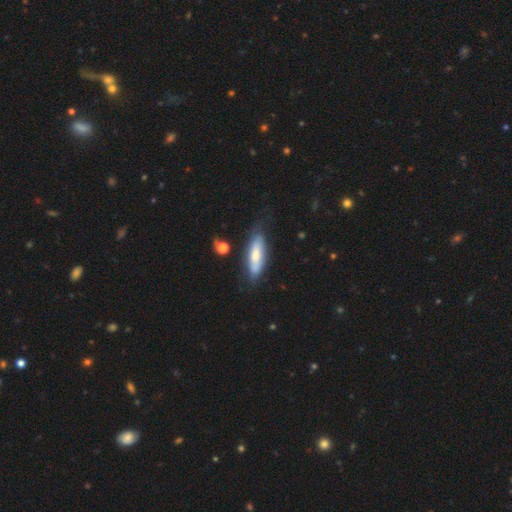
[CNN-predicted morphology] Q: Smooth or featured?
A: smooth (60%); runner-up: featured or disk (34%)
Q: How rounded?
A: cigar-shaped (50%); runner-up: in between (48%)
Q: Merging?
A: none (63%); runner-up: minor disturbance (24%)